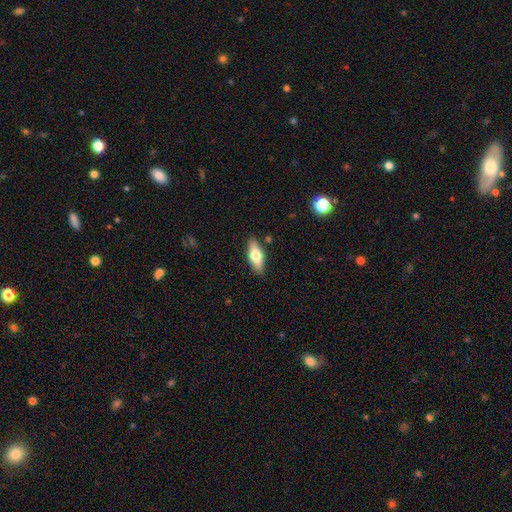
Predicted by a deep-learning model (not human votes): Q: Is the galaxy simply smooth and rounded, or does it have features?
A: smooth — 66%.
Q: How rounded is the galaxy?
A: in between — 73%.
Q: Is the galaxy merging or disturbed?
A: none — 85%.